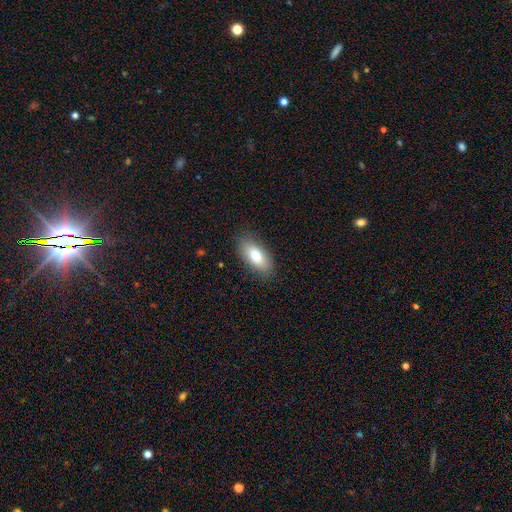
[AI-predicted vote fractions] Smooth or featured: smooth — 78% (featured or disk — 15%)
How rounded: in between — 88% (cigar-shaped — 8%)
Merging: none — 86% (minor disturbance — 10%)